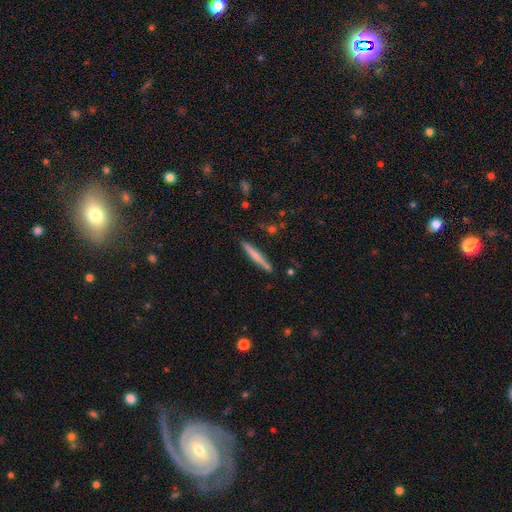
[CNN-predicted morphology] A smooth galaxy with no disk features (52%) that is cigar-shaped (95%). Merging: none (88%).